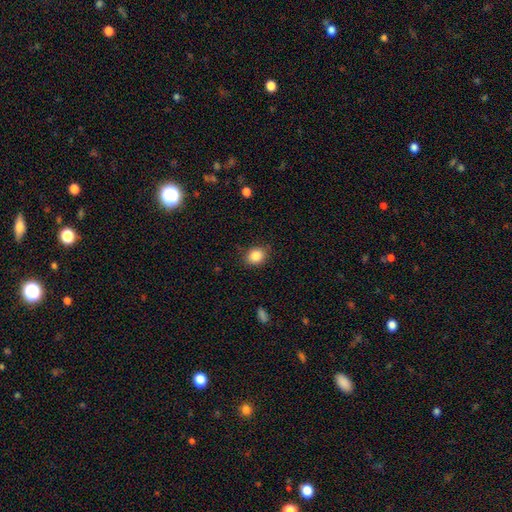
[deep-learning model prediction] Overall: smooth (85%). How rounded: round (54%; in between 45%). Merging: none (84%).